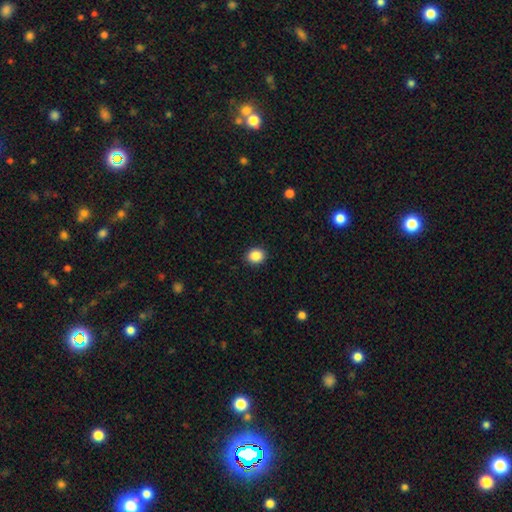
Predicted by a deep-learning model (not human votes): Smooth or featured? Predicted: smooth (p=0.88). How rounded? Predicted: round (p=0.74). Merging? Predicted: none (p=0.92).